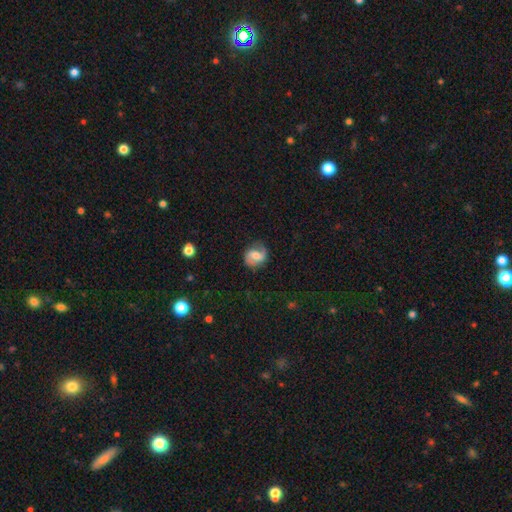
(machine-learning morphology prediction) smooth-or-featured: featured or disk: 53% | smooth: 39% | star or artifact: 8%
  disk-edge-on: no: 97% | yes: 3%
    bar: weak: 48% | no: 29% | strong: 23%
    has-spiral-arms: yes: 86% | no: 14%
    bulge-size: moderate: 54% | small: 23% | large: 14% | none: 7% | dominant: 2%
  merging: none: 73% | minor disturbance: 18% | major disturbance: 7% | merger: 1%